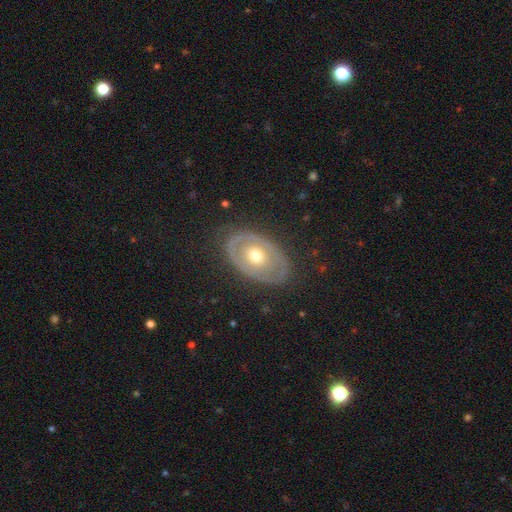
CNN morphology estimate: This is possibly a featured or disk galaxy (60%). It is clearly not viewed edge-on (91%). Bar: clearly no (91%). Spiral arm pattern: likely no (79%). Central bulge: likely moderate (73%). Merging: likely none (79%).